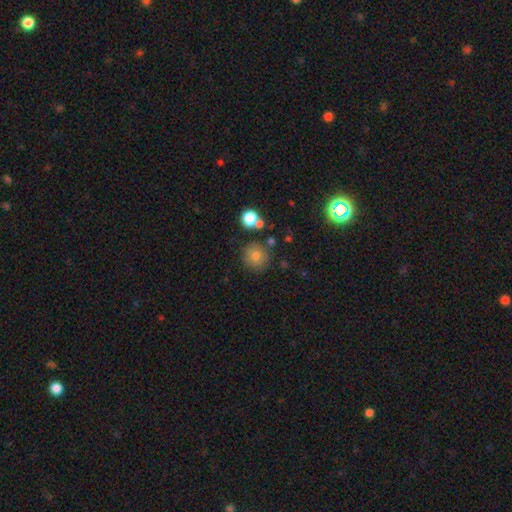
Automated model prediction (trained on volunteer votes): Smooth or featured?
  - smooth: 77% *
  - star or artifact: 14%
  - featured or disk: 10%
How rounded?
  - round: 93% *
  - in between: 6%
  - cigar-shaped: 1%
Merging?
  - none: 79% *
  - minor disturbance: 9%
  - merger: 8%
  - major disturbance: 3%